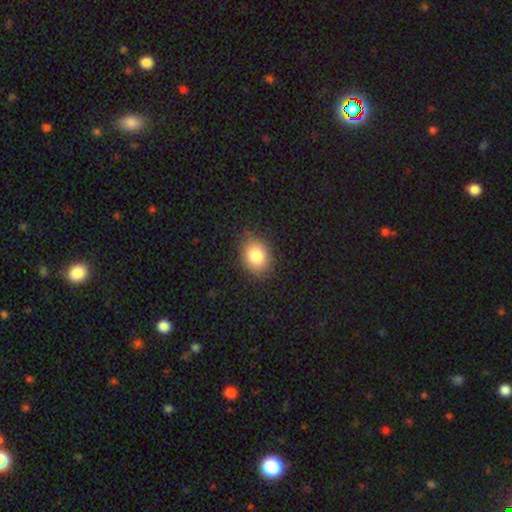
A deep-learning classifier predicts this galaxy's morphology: Smooth or featured: smooth — 82% (star or artifact — 10%)
How rounded: in between — 51% (round — 48%)
Merging: none — 83% (minor disturbance — 13%)